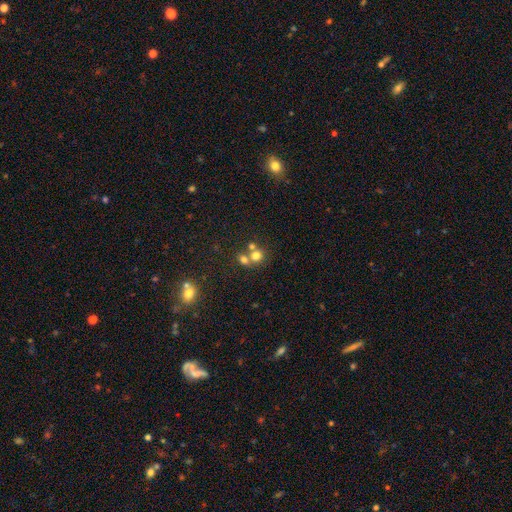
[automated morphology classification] Smooth or featured?
  - smooth: 72% *
  - star or artifact: 15%
  - featured or disk: 13%
How rounded?
  - round: 81% *
  - in between: 19%
  - cigar-shaped: 1%
Merging?
  - merger: 49% *
  - none: 42%
  - minor disturbance: 6%
  - major disturbance: 3%